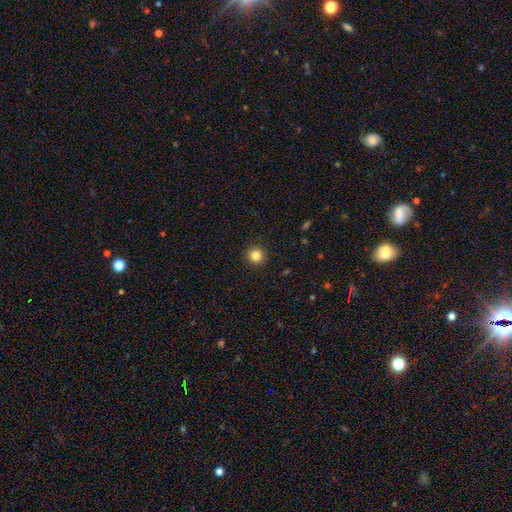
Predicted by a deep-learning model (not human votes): A smooth galaxy with no disk features (83%) that is round (94%).

Vote fractions:
- Smooth or featured? smooth: 83% / star or artifact: 12% / featured or disk: 5%
- How rounded? round: 94% / in between: 5% / cigar-shaped: 1%
- Merging? none: 93% / minor disturbance: 5% / major disturbance: 2% / merger: 1%